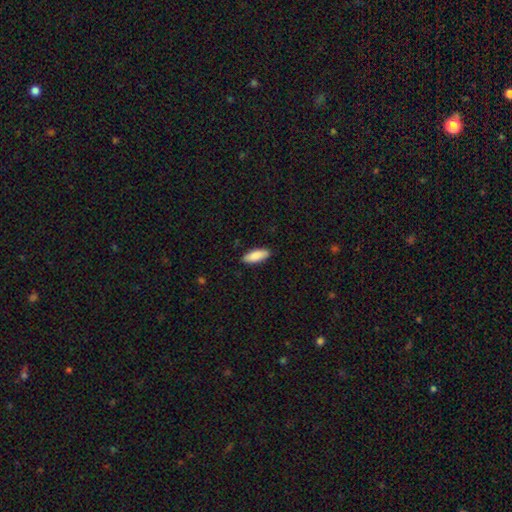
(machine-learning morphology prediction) Smooth or featured? Predicted: smooth (p=0.89). How rounded? Predicted: in between (p=0.74). Merging? Predicted: none (p=0.88).